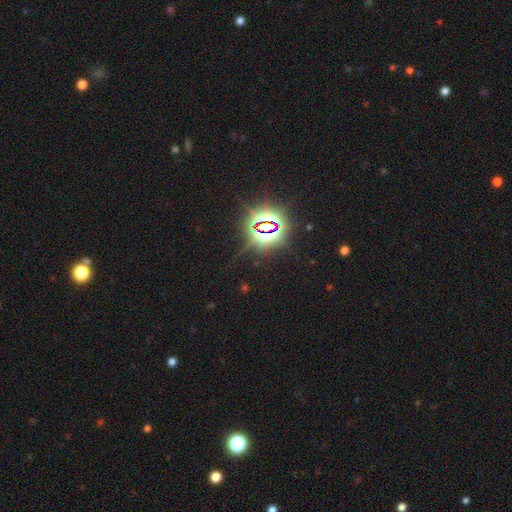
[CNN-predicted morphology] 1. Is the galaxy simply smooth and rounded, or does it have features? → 85% star or artifact, 9% smooth, 5% featured or disk.